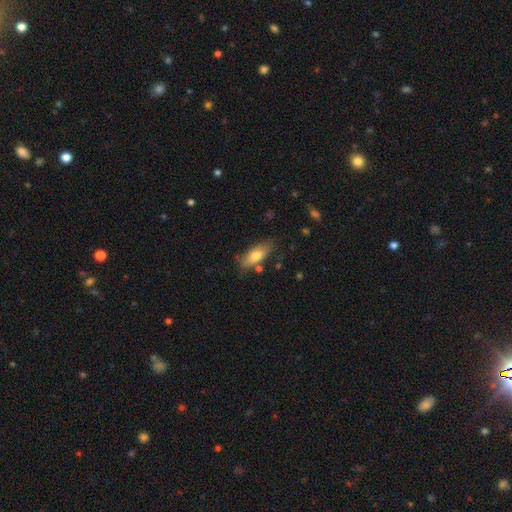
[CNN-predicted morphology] Smooth or featured? smooth (72%)
How rounded? in between (75%)
Merging? none (72%)